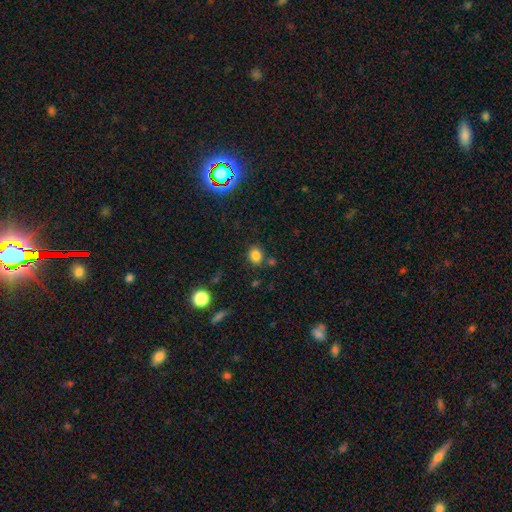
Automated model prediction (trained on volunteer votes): Morphology: type=smooth (81%); roundness=round (56%); merging=none (78%).